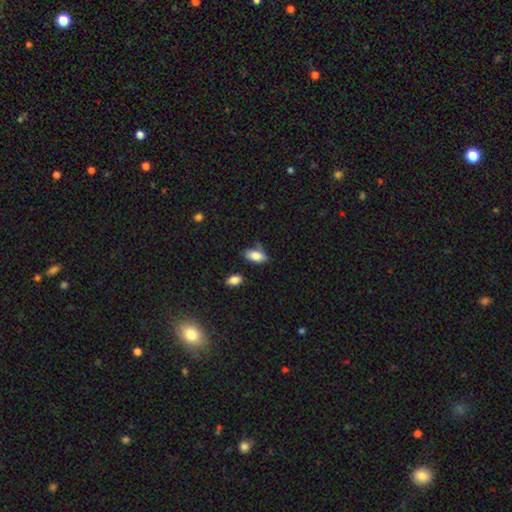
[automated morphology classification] type=smooth (84%); roundness=in between (91%); merging=none (67%).